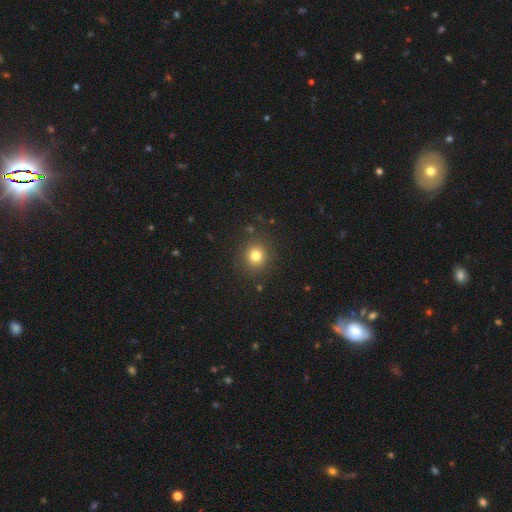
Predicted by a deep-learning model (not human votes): A smooth galaxy with no disk features (79%) that is round (88%).

Vote fractions:
- Smooth or featured? smooth: 79% / star or artifact: 14% / featured or disk: 7%
- How rounded? round: 88% / in between: 11% / cigar-shaped: 1%
- Merging? none: 88% / minor disturbance: 7% / major disturbance: 3% / merger: 2%